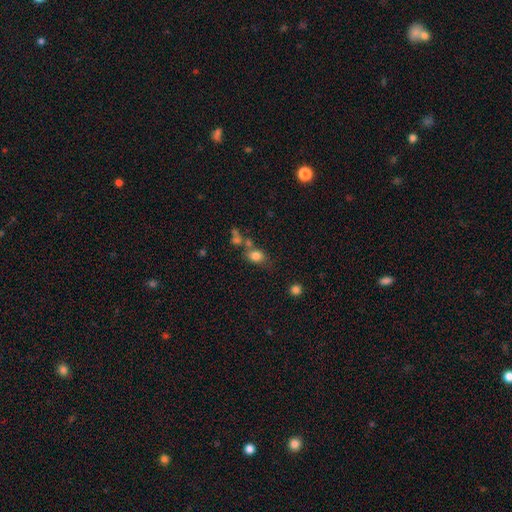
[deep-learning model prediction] A smooth galaxy with no disk features (79%) that is in between round and cigar-shaped (55%).

Vote fractions:
- Smooth or featured? smooth: 79% / star or artifact: 12% / featured or disk: 9%
- How rounded? in between: 55% / round: 43% / cigar-shaped: 1%
- Merging? none: 56% / merger: 21% / minor disturbance: 16% / major disturbance: 7%